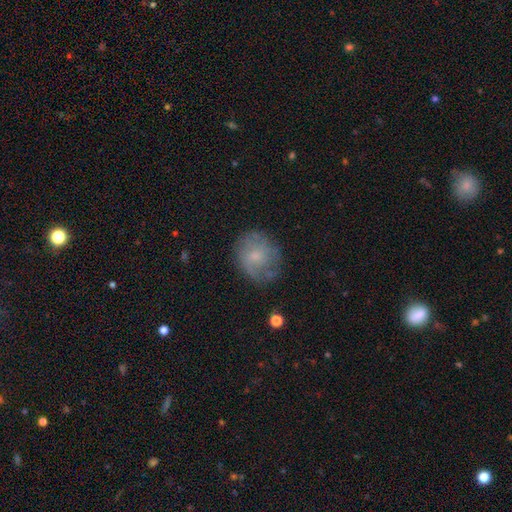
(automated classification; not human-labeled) smooth 46%, featured or disk 45%, star or artifact 8%. Down the decision tree: merging — none (65%).